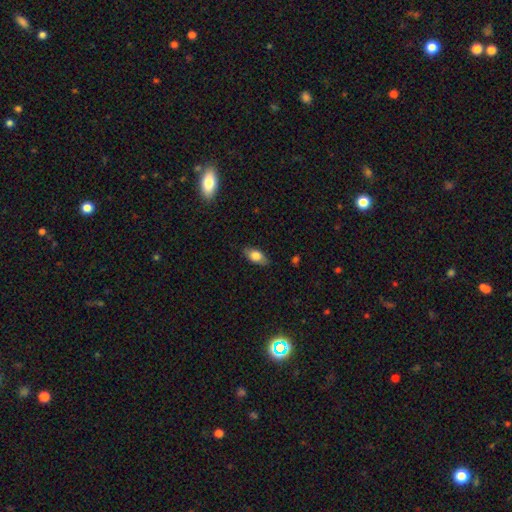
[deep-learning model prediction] Overall: smooth (77%). How rounded: in between (87%). Merging: none (84%).